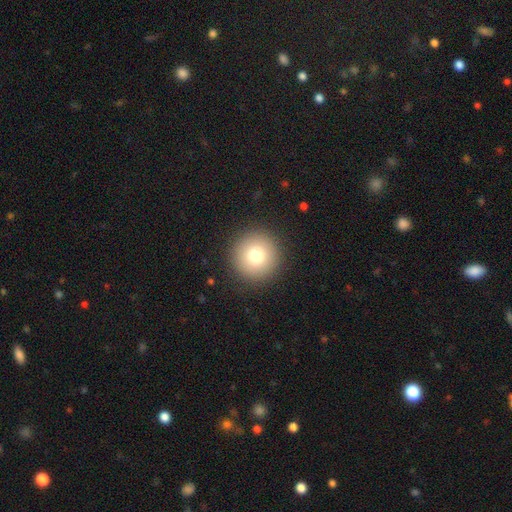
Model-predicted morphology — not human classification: Smooth or featured?
  - smooth: 77% *
  - star or artifact: 12%
  - featured or disk: 11%
How rounded?
  - round: 96% *
  - in between: 3%
  - cigar-shaped: 1%
Merging?
  - none: 92% *
  - minor disturbance: 5%
  - major disturbance: 2%
  - merger: 1%